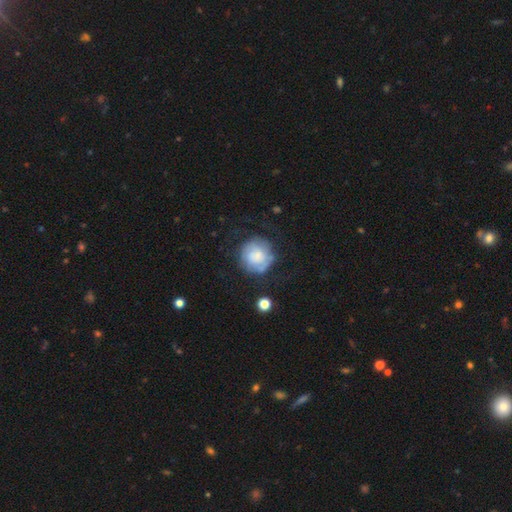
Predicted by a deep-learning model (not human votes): Morphology: type=smooth (54%); roundness=round (89%); merging=none (56%).